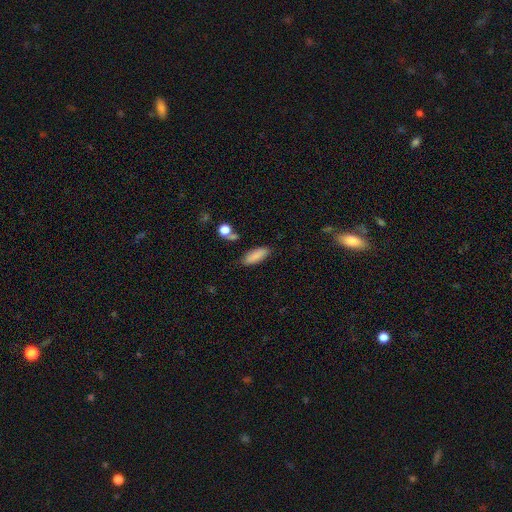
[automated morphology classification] A smooth galaxy with no disk features (83%) that is in between round and cigar-shaped (72%).

Vote fractions:
- Smooth or featured? smooth: 83% / featured or disk: 9% / star or artifact: 8%
- How rounded? in between: 72% / cigar-shaped: 26% / round: 2%
- Merging? none: 77% / minor disturbance: 15% / merger: 4% / major disturbance: 4%